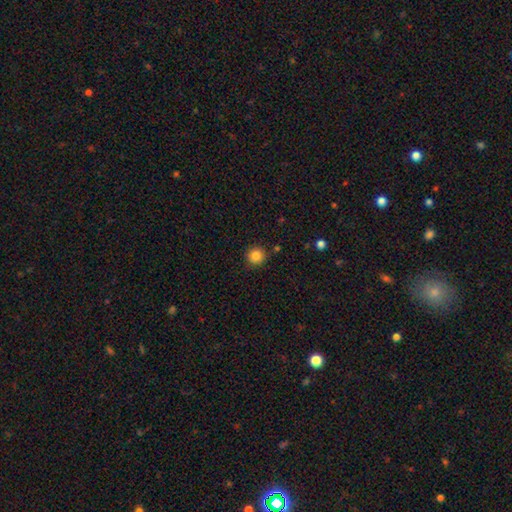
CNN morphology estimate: smooth-or-featured: smooth: 85% | star or artifact: 11% | featured or disk: 4%
  how-rounded: round: 94% | in between: 5% | cigar-shaped: 1%
  merging: none: 89% | minor disturbance: 7% | merger: 2% | major disturbance: 2%